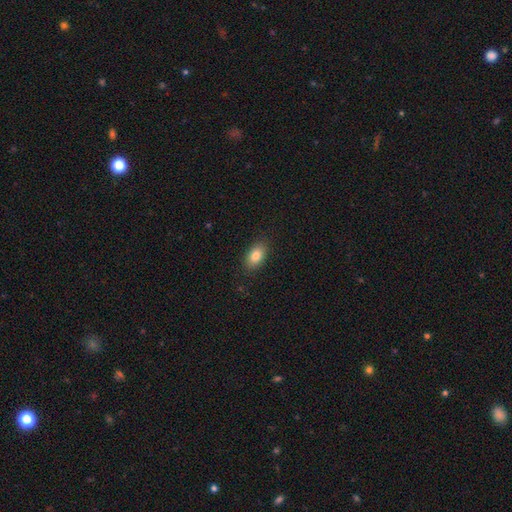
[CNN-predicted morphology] Smooth or featured?
  - smooth: 83% *
  - featured or disk: 9%
  - star or artifact: 8%
How rounded?
  - in between: 90% *
  - round: 7%
  - cigar-shaped: 3%
Merging?
  - none: 87% *
  - minor disturbance: 9%
  - major disturbance: 2%
  - merger: 1%